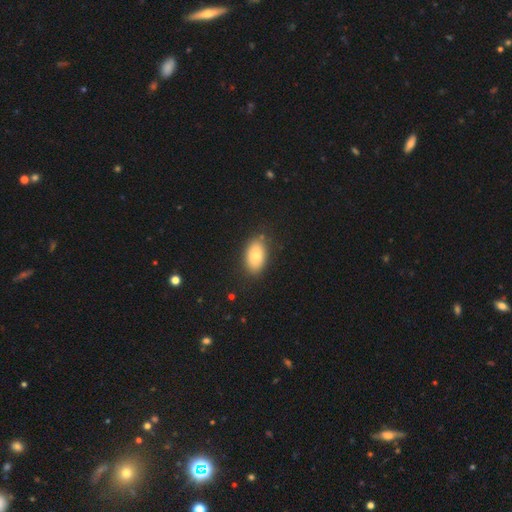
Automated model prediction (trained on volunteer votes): Smooth or featured? smooth (78%)
How rounded? in between (90%)
Merging? none (84%)